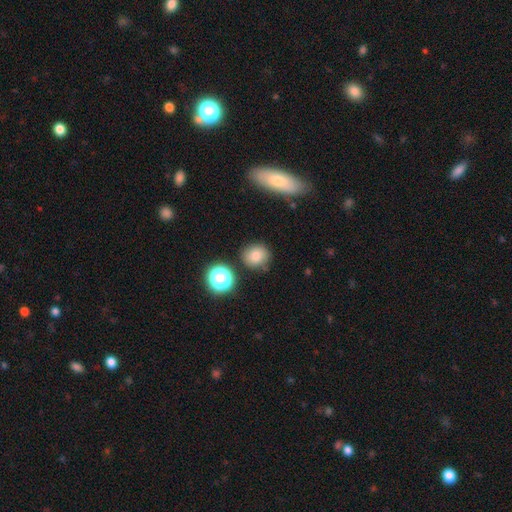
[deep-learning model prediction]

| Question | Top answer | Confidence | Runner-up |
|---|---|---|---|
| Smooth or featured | smooth | 77% | star or artifact (14%) |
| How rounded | round | 83% | in between (16%) |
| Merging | none | 82% | minor disturbance (11%) |